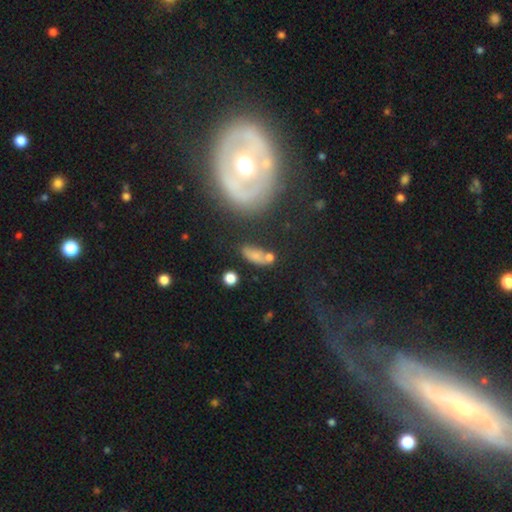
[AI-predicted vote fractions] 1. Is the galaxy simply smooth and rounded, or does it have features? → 66% smooth, 19% featured or disk, 15% star or artifact.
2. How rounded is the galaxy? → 70% in between, 18% cigar-shaped, 12% round.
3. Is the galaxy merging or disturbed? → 48% none, 21% minor disturbance, 19% merger, 12% major disturbance.